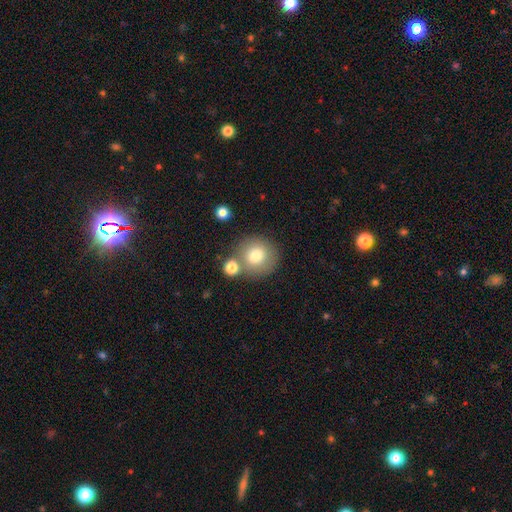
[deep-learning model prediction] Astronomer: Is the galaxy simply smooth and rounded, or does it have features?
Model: smooth — 76%.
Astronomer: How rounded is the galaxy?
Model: round — 90%.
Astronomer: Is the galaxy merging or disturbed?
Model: none — 67%.